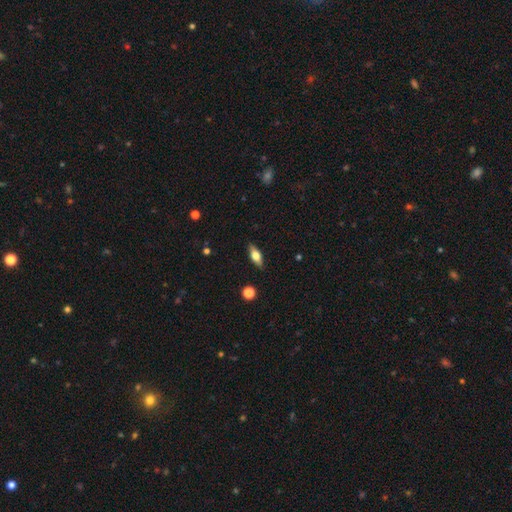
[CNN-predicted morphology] smooth-or-featured: smooth: 54% | featured or disk: 39% | star or artifact: 7%
  how-rounded: in between: 68% | cigar-shaped: 28% | round: 4%
  merging: none: 88% | minor disturbance: 9% | major disturbance: 2% | merger: 1%